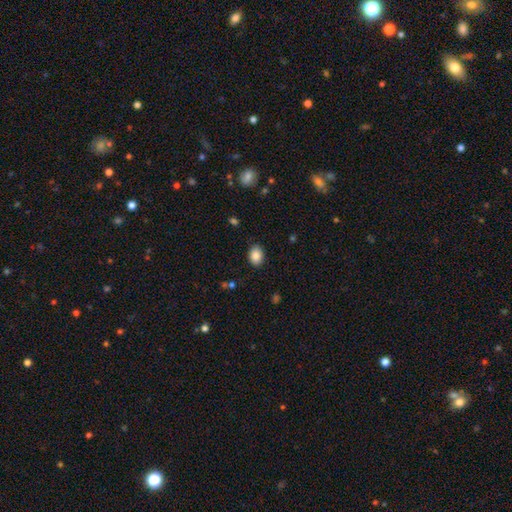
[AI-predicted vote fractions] smooth 87%, star or artifact 8%, featured or disk 5%. Down the decision tree: how rounded — in between (74%); merging — none (87%).